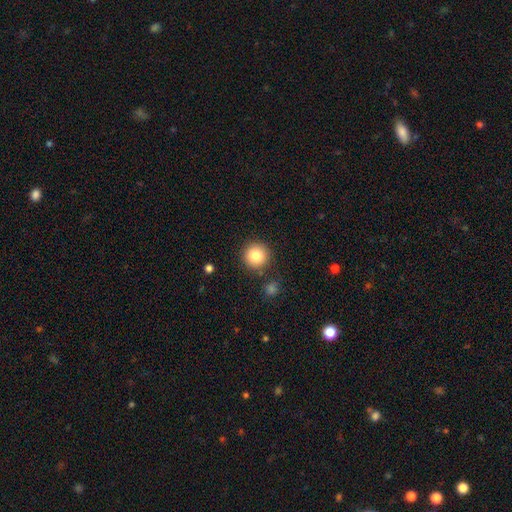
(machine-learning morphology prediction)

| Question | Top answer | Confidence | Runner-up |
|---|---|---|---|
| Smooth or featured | smooth | 84% | star or artifact (10%) |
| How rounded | round | 94% | in between (5%) |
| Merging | none | 87% | minor disturbance (7%) |